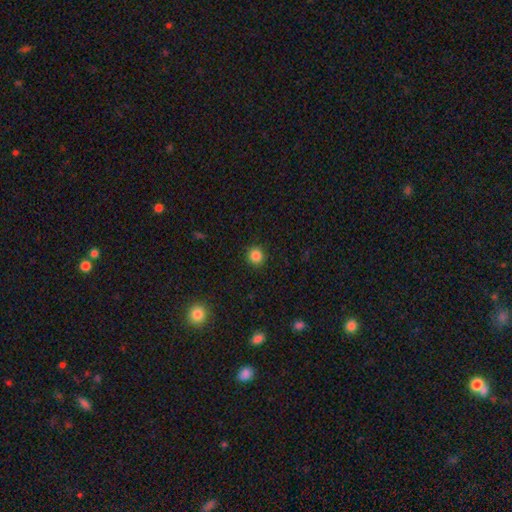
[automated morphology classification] This is clearly a smooth galaxy (85%). How rounded: clearly round (92%). Merging: clearly none (92%).